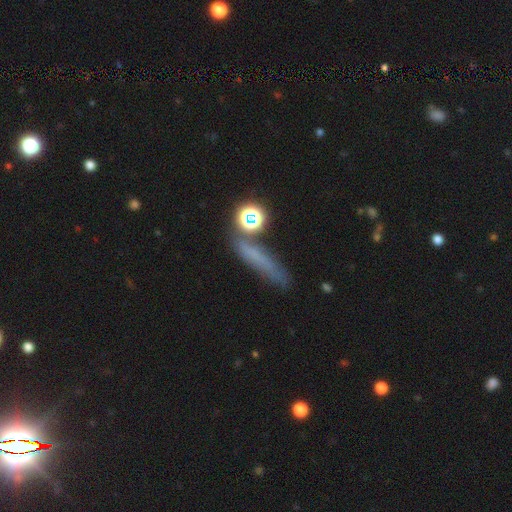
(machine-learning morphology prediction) Overall: smooth (58%; featured or disk 21%). How rounded: cigar-shaped (73%). Merging: none (66%).